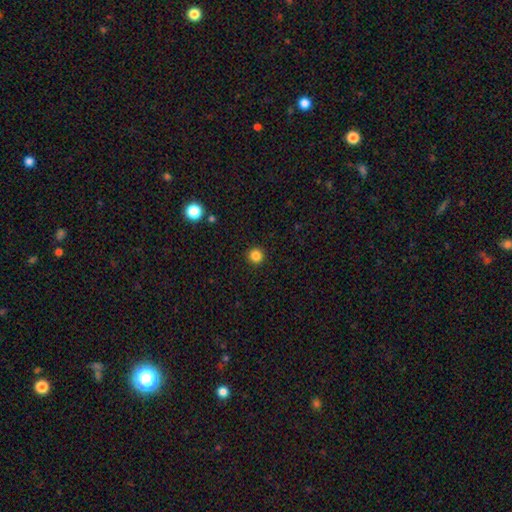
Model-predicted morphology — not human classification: smooth_or_featured: smooth (p=0.84) [alt: star or artifact p=0.12]
how_rounded: round (p=0.96) [alt: in between p=0.03]
merging: none (p=0.93) [alt: minor disturbance p=0.04]